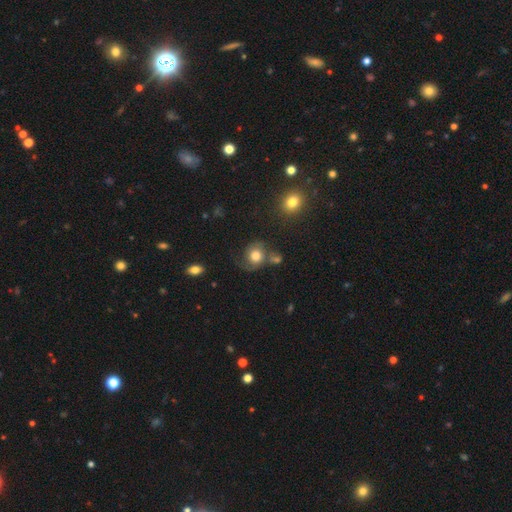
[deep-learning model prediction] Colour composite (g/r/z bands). It shows a smooth galaxy with no disk features (65%) that is round (75%). Merging: none (48%).